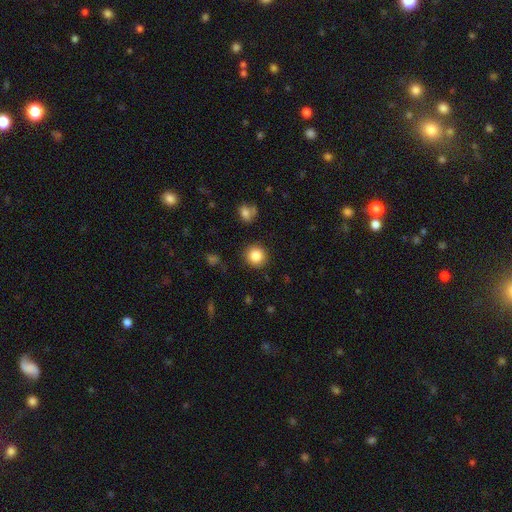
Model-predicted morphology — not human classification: smooth-or-featured: smooth: 86% | star or artifact: 10% | featured or disk: 4%
  how-rounded: round: 92% | in between: 7% | cigar-shaped: 1%
  merging: none: 89% | minor disturbance: 7% | major disturbance: 3% | merger: 2%